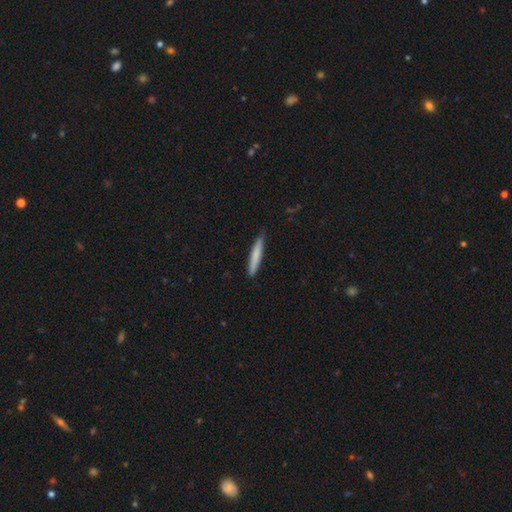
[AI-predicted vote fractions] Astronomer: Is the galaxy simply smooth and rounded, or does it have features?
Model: smooth — 76%.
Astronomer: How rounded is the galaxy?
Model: cigar-shaped — 94%.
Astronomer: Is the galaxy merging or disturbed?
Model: none — 84%.